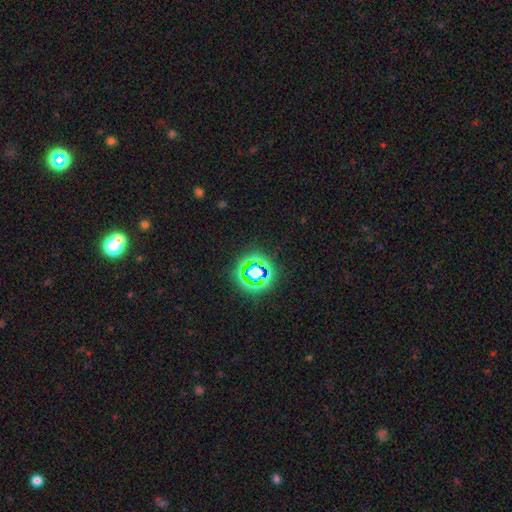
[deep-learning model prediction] This is likely a star or artifact rather than a galaxy (73%).